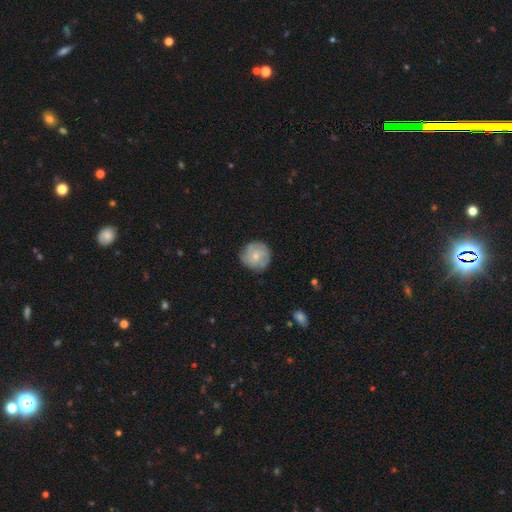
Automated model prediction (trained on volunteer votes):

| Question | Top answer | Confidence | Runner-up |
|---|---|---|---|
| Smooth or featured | smooth | 56% | featured or disk (36%) |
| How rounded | round | 93% | in between (6%) |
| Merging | none | 81% | minor disturbance (15%) |